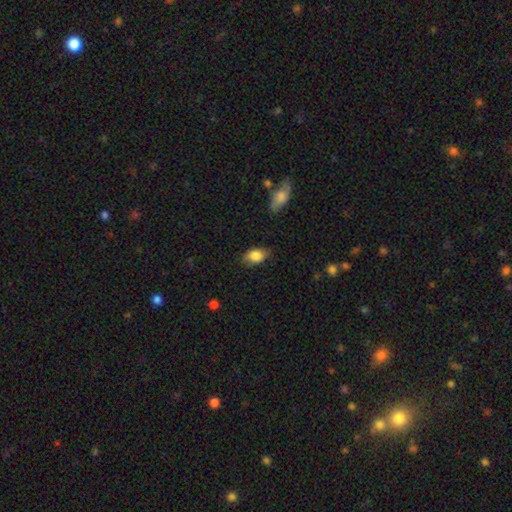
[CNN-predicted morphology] The model was most divided on "merging": none: 76%, minor disturbance: 19%, major disturbance: 4%, merger: 1%. More confident: how rounded — in between (88%); smooth or featured — smooth (82%).